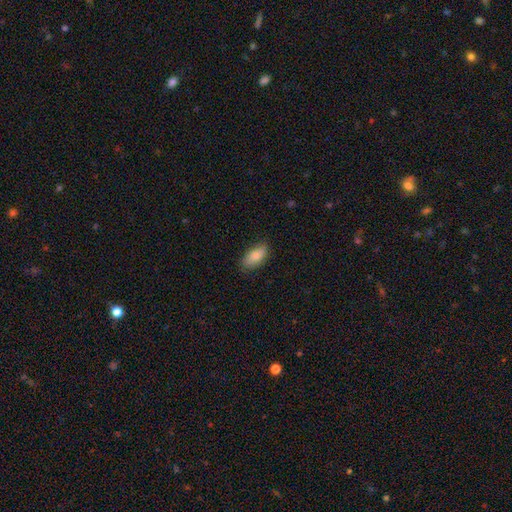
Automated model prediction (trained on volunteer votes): Morphology: type=smooth (86%); roundness=in between (90%); merging=none (81%).